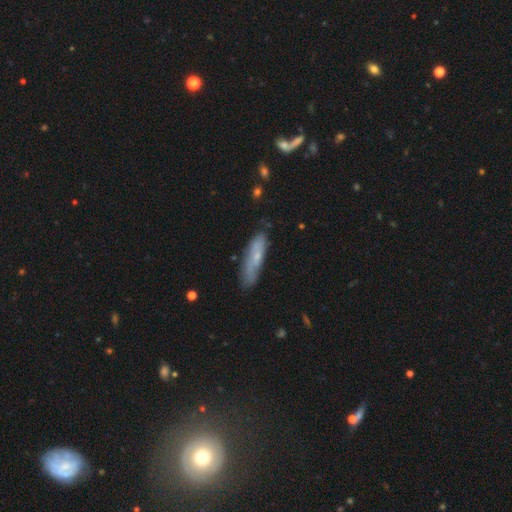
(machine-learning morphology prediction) Smooth or featured? smooth (52%)
How rounded? cigar-shaped (70%)
Merging? none (68%)